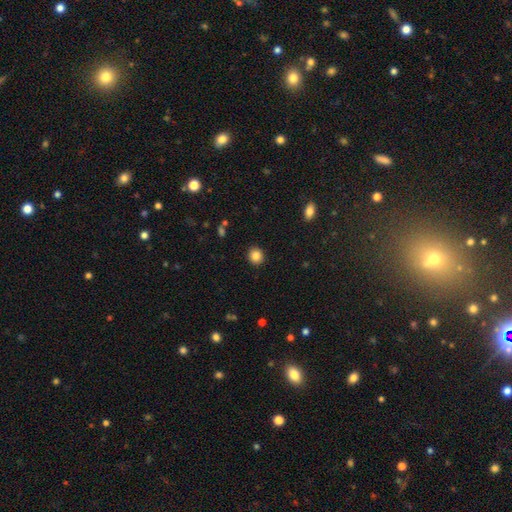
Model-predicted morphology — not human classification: A smooth galaxy with no disk features (85%) that is round (85%).

Vote fractions:
- Smooth or featured? smooth: 85% / star or artifact: 10% / featured or disk: 5%
- How rounded? round: 85% / in between: 14% / cigar-shaped: 1%
- Merging? none: 92% / minor disturbance: 5% / major disturbance: 2% / merger: 1%